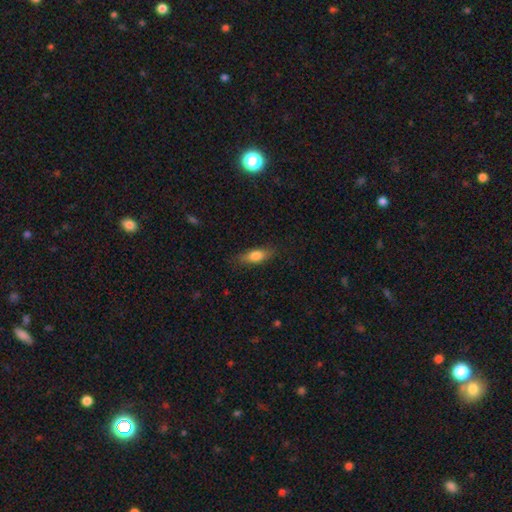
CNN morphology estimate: Overall: smooth (76%). How rounded: in between (66%; cigar-shaped 31%). Merging: none (82%).